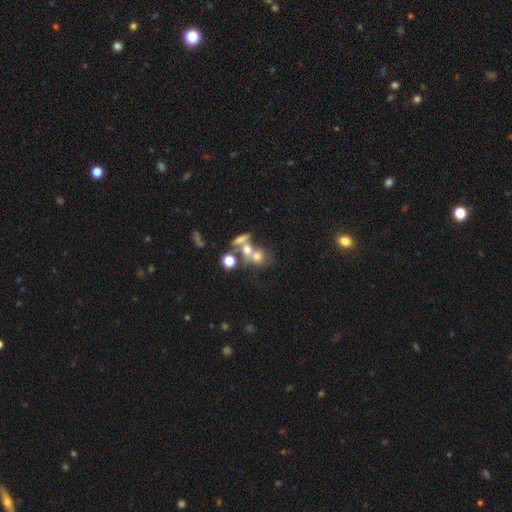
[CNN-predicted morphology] Smooth or featured? smooth (51%)
How rounded? round (59%)
Merging? merger (51%)